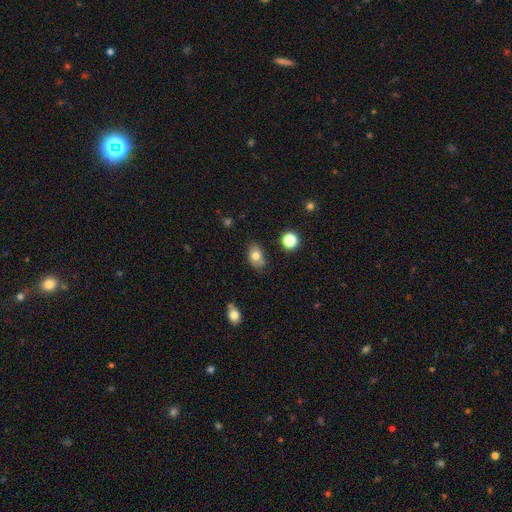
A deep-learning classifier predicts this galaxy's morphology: This appears to be a smooth galaxy with no disk features (77%) that is in between round and cigar-shaped (79%). Merging: none (73%).